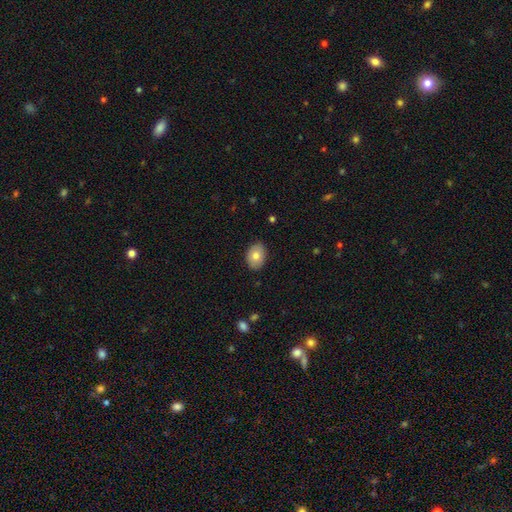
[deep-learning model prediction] A smooth galaxy with no disk features (77%) that is in between round and cigar-shaped (79%).

Vote fractions:
- Smooth or featured? smooth: 77% / featured or disk: 16% / star or artifact: 7%
- How rounded? in between: 79% / round: 20% / cigar-shaped: 1%
- Merging? none: 87% / minor disturbance: 10% / major disturbance: 2% / merger: 1%